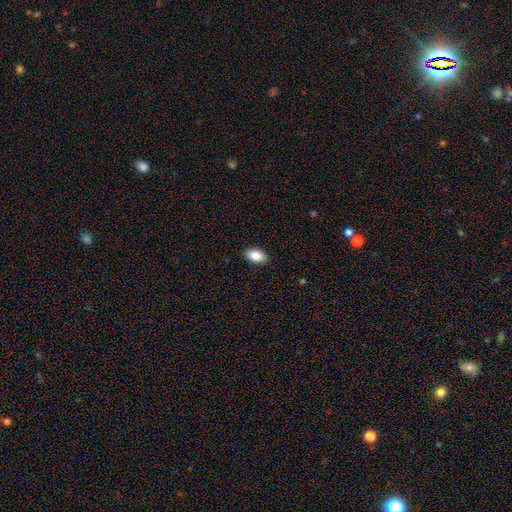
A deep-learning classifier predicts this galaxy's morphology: A smooth galaxy with no disk features (86%) that is in between round and cigar-shaped (91%). Merging: none (90%).